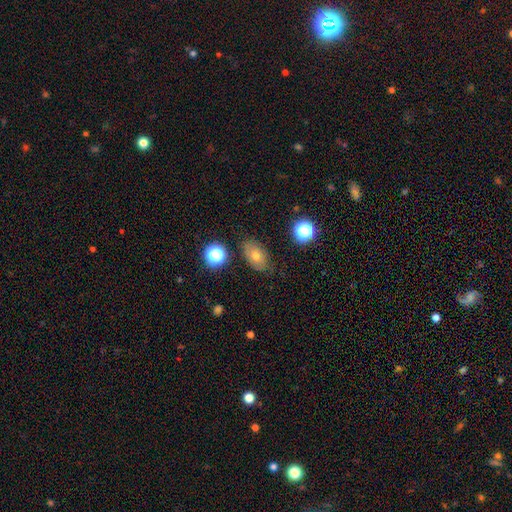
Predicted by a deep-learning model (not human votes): smooth-or-featured: smooth: 56% | featured or disk: 25% | star or artifact: 19%
  how-rounded: in between: 81% | round: 17% | cigar-shaped: 2%
  merging: none: 81% | minor disturbance: 13% | major disturbance: 4% | merger: 2%